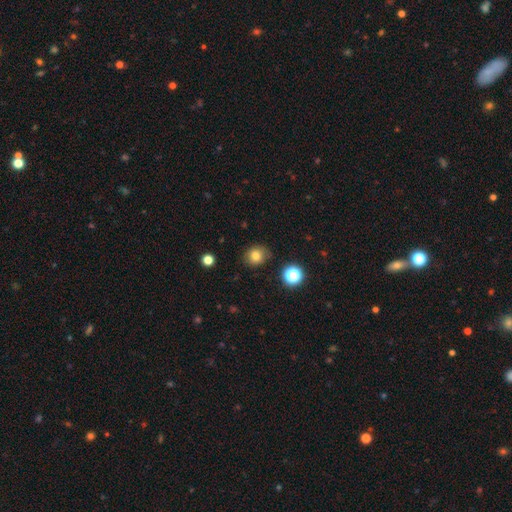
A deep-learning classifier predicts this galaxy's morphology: Smooth or featured: smooth — 78% (star or artifact — 14%)
How rounded: round — 75% (in between — 24%)
Merging: none — 79% (minor disturbance — 15%)